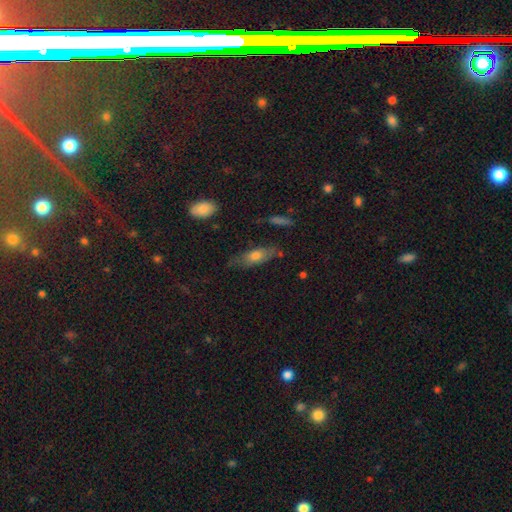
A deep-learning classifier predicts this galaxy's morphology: This appears to be a smooth galaxy with no disk features (62%) that is in between round and cigar-shaped (61%). Merging: none (62%).